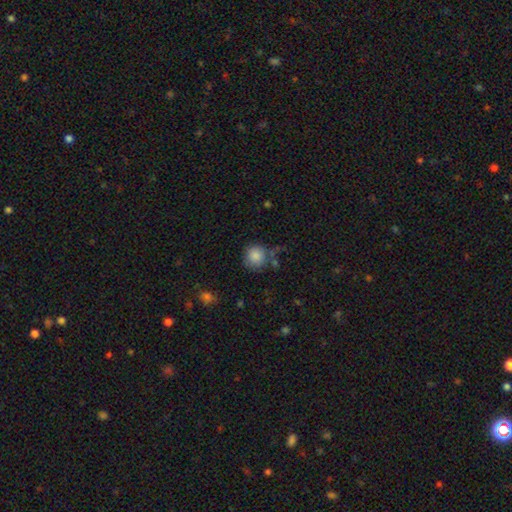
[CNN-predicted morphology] smooth 86%, star or artifact 8%, featured or disk 6%. Down the decision tree: how rounded — round (91%); merging — none (70%).